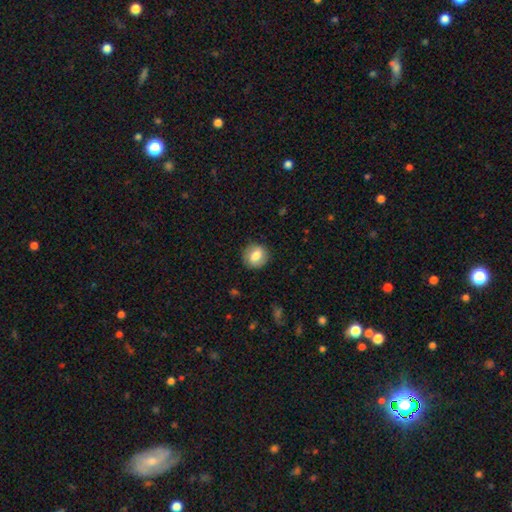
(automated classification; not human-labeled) Smooth or featured?
  - smooth: 74% *
  - featured or disk: 18%
  - star or artifact: 8%
How rounded?
  - round: 78% *
  - in between: 21%
  - cigar-shaped: 1%
Merging?
  - none: 83% *
  - minor disturbance: 12%
  - major disturbance: 4%
  - merger: 1%